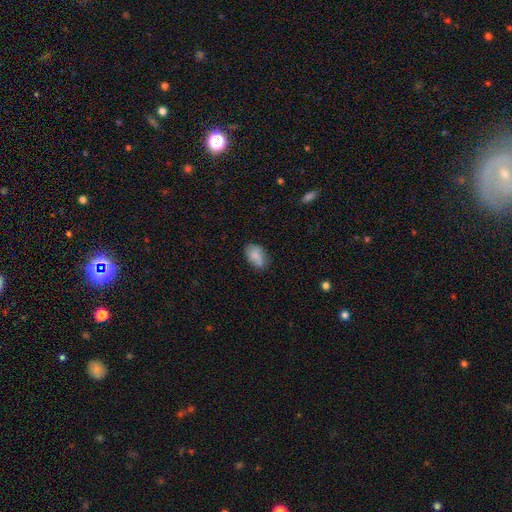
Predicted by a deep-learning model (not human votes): Smooth or featured: smooth — 78% (featured or disk — 14%)
How rounded: in between — 89% (round — 9%)
Merging: none — 62% (minor disturbance — 27%)